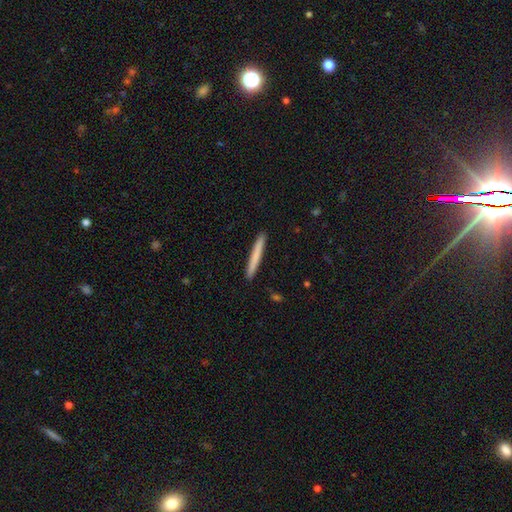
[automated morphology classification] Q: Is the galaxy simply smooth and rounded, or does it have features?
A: smooth — 74%.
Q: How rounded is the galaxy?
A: cigar-shaped — 97%.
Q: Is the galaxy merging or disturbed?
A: none — 93%.